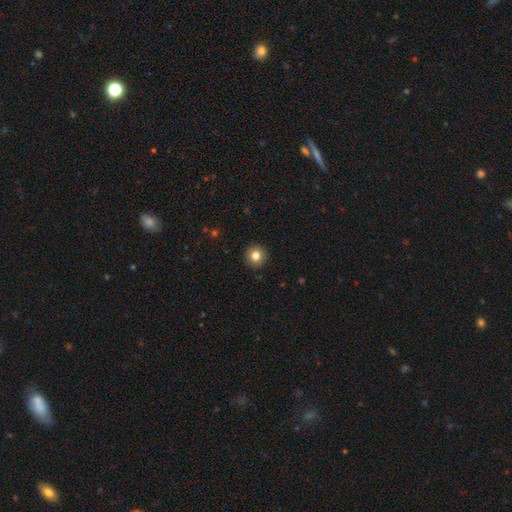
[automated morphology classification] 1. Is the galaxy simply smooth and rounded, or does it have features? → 82% smooth, 10% star or artifact, 8% featured or disk.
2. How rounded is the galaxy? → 95% round, 4% in between, 1% cigar-shaped.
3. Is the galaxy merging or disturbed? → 93% none, 5% minor disturbance, 1% major disturbance, 1% merger.